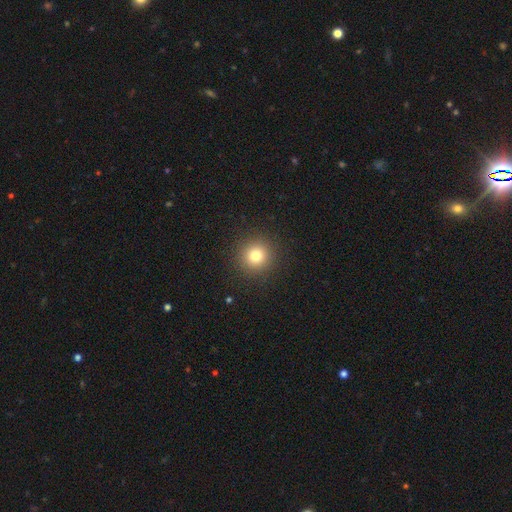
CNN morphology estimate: The model was most divided on "smooth or featured": smooth: 79%, star or artifact: 14%, featured or disk: 7%. More confident: how rounded — round (94%); merging — none (92%).